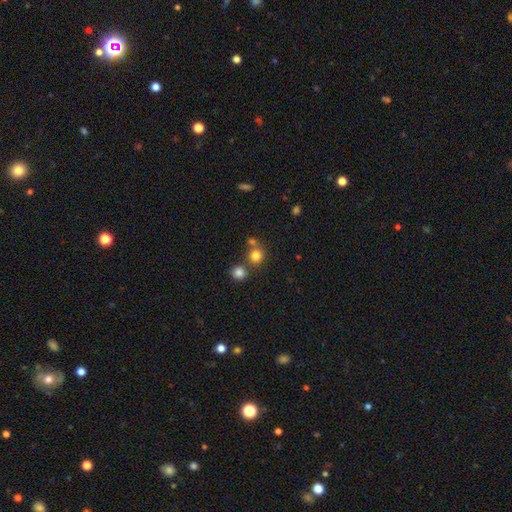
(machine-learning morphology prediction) This appears to be a smooth galaxy with no disk features (78%) that is round (89%). Merging: none (65%).